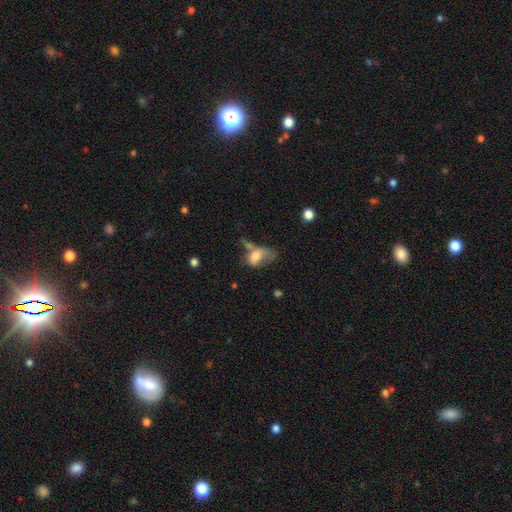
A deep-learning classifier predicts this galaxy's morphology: A smooth galaxy with no disk features (63%) that is in between round and cigar-shaped (82%). Merging: major disturbance (40%).